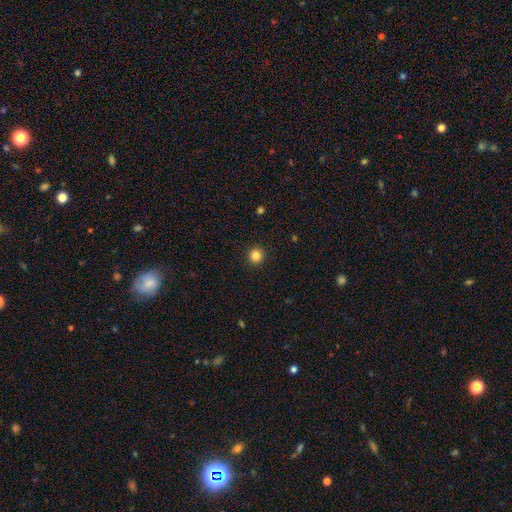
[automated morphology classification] The model was most divided on "smooth or featured": smooth: 84%, star or artifact: 12%, featured or disk: 5%. More confident: how rounded — round (95%); merging — none (93%).